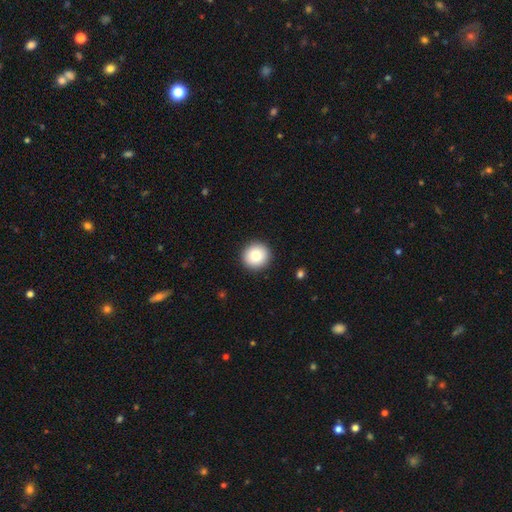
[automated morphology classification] Smooth or featured: smooth — 81% (featured or disk — 10%)
How rounded: round — 95% (in between — 4%)
Merging: none — 93% (minor disturbance — 5%)